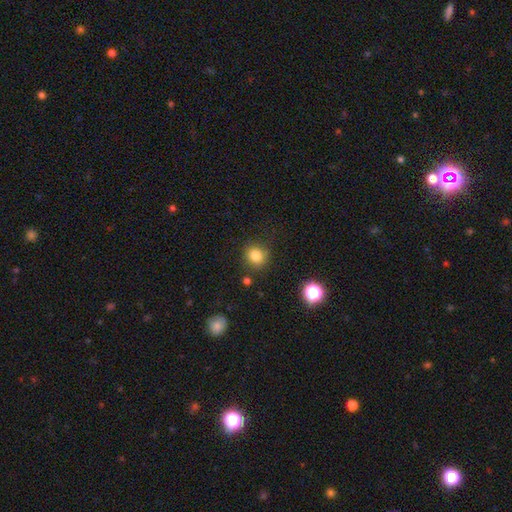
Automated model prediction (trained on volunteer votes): Overall: smooth (82%). How rounded: round (84%). Merging: none (83%).